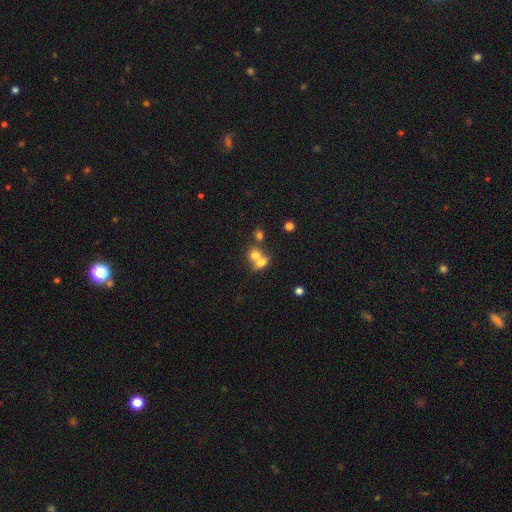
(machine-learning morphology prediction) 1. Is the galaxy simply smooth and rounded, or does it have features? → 69% smooth, 18% featured or disk, 13% star or artifact.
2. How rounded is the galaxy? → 49% round, 48% in between, 3% cigar-shaped.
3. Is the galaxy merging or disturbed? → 61% merger, 28% none, 7% minor disturbance, 4% major disturbance.